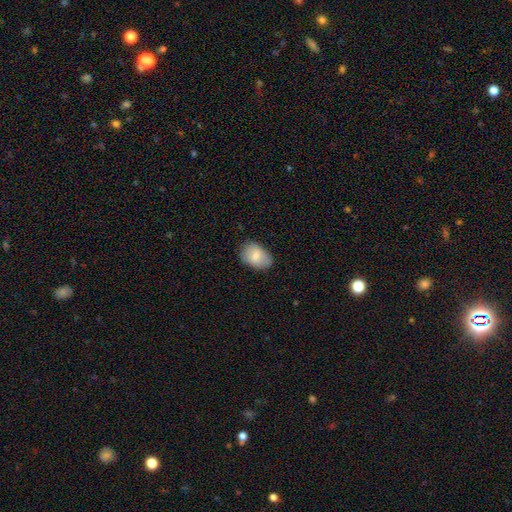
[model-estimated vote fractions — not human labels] smooth 77%, featured or disk 16%, star or artifact 7%. Down the decision tree: how rounded — in between (84%); merging — none (76%).